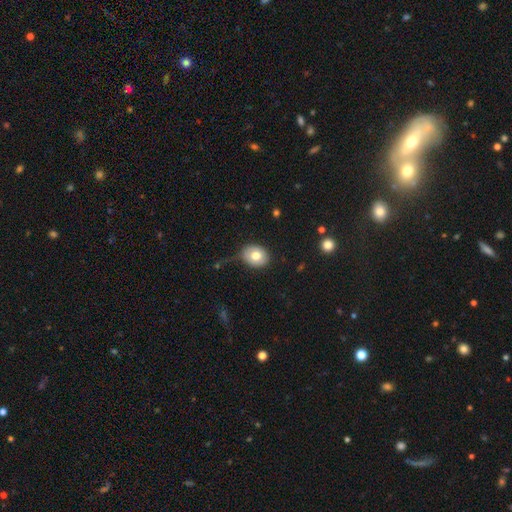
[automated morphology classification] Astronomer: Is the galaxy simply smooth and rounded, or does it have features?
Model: smooth — 75%.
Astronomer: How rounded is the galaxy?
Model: round — 50% (runner-up: in between, 49%).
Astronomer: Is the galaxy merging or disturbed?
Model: none — 68%.